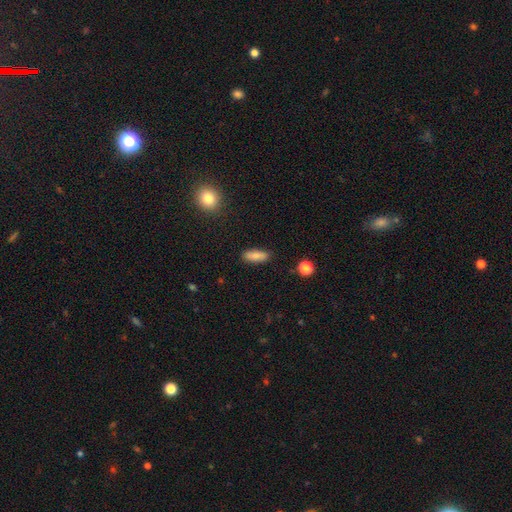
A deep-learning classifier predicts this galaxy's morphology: smooth-or-featured: smooth: 83% | featured or disk: 9% | star or artifact: 8%
  how-rounded: in between: 69% | cigar-shaped: 28% | round: 3%
  merging: none: 87% | minor disturbance: 9% | major disturbance: 2% | merger: 2%